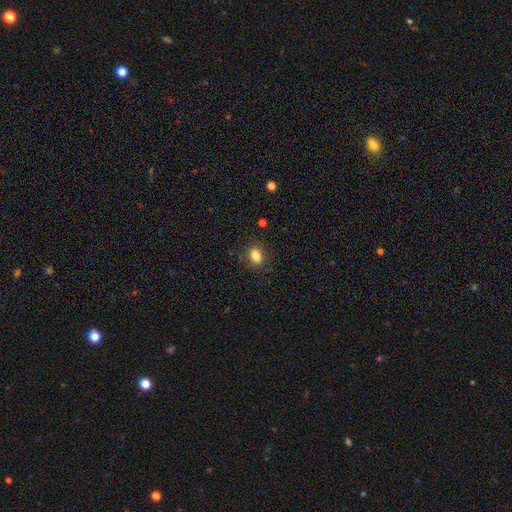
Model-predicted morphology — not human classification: The model was most divided on "how rounded": in between: 70%, round: 28%, cigar-shaped: 2%. More confident: merging — none (83%); smooth or featured — smooth (83%).